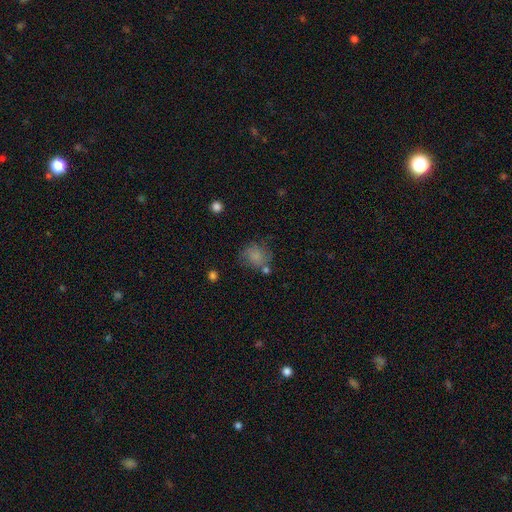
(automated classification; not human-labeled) Smooth or featured? smooth (72%)
How rounded? round (69%)
Merging? none (57%)